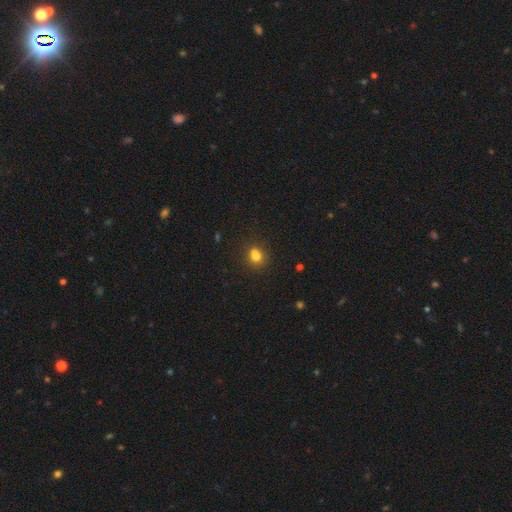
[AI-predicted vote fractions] Smooth or featured?
  - smooth: 76% *
  - star or artifact: 13%
  - featured or disk: 10%
How rounded?
  - round: 59% *
  - in between: 40%
  - cigar-shaped: 1%
Merging?
  - none: 55% *
  - merger: 26%
  - minor disturbance: 14%
  - major disturbance: 5%